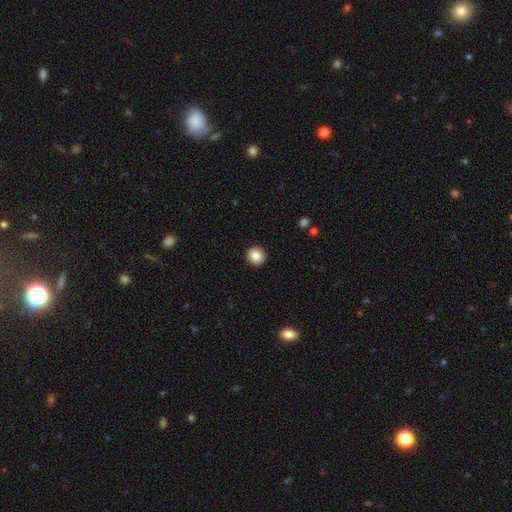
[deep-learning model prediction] This appears to be a smooth galaxy with no disk features (86%) that is round (91%). Merging: none (92%).